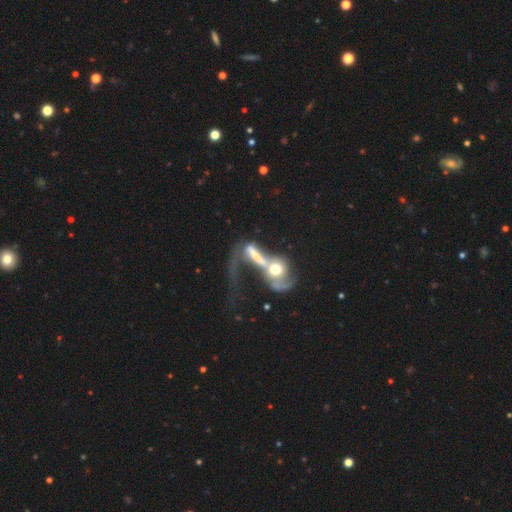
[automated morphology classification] This is possibly a featured or disk galaxy (51%). It is clearly not viewed edge-on (82%). Merging: likely merger (65%).